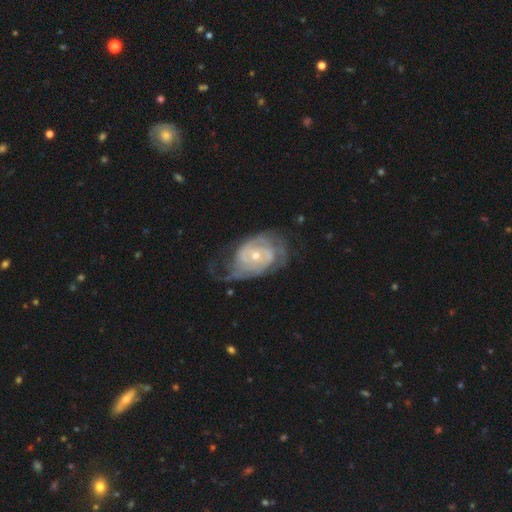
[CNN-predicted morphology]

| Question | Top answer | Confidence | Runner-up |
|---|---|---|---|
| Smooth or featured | featured or disk | 87% | smooth (8%) |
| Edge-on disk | no | 97% | yes (3%) |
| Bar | no | 66% | weak (28%) |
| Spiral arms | yes | 95% | no (5%) |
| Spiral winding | tight | 64% | medium (28%) |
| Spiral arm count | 2 | 44% | can't tell (28%) |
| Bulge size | small | 53% | moderate (44%) |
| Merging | none | 54% | minor disturbance (26%) |